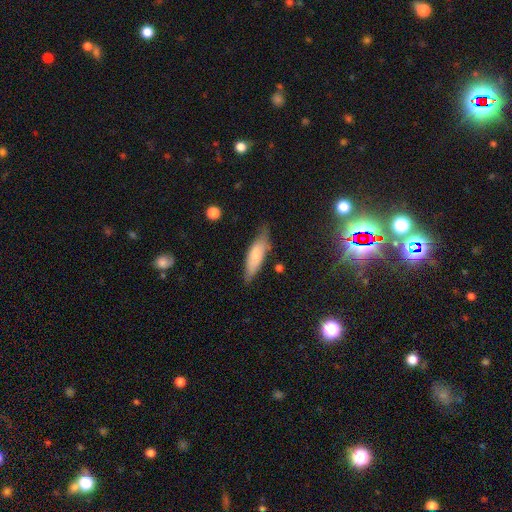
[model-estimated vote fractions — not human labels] A smooth galaxy with no disk features (73%) that is cigar-shaped (54%). Merging: none (69%).